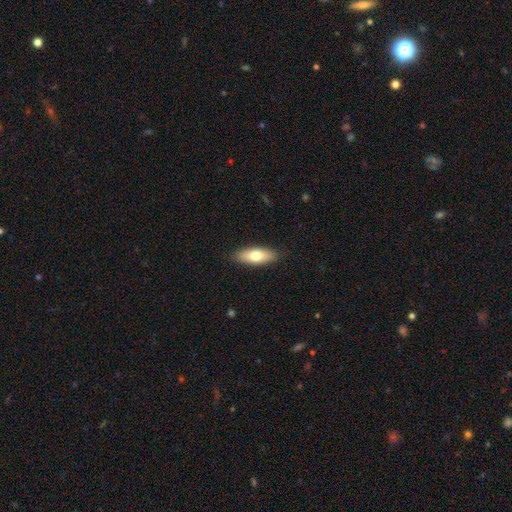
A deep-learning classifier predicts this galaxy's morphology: Overall: smooth (73%). How rounded: in between (67%; cigar-shaped 30%). Merging: none (88%).